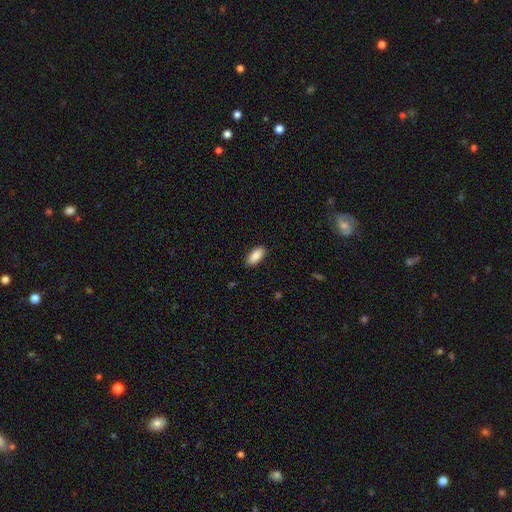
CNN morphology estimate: Smooth or featured?
  - smooth: 90% *
  - star or artifact: 6%
  - featured or disk: 4%
How rounded?
  - in between: 89% *
  - cigar-shaped: 9%
  - round: 2%
Merging?
  - none: 89% *
  - minor disturbance: 8%
  - major disturbance: 2%
  - merger: 1%